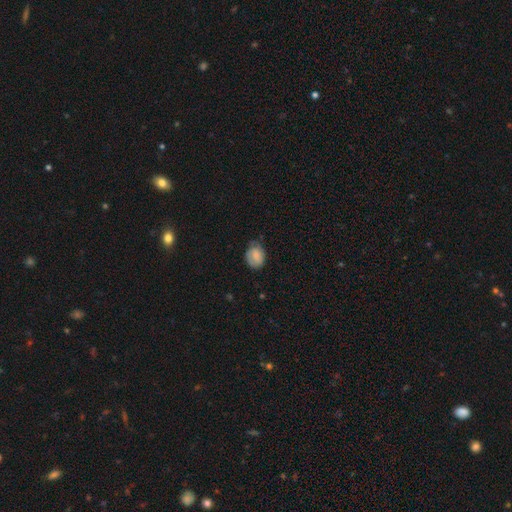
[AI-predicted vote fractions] The model was most divided on "how rounded": in between: 58%, round: 41%, cigar-shaped: 1%. More confident: smooth or featured — smooth (76%); merging — none (54%).